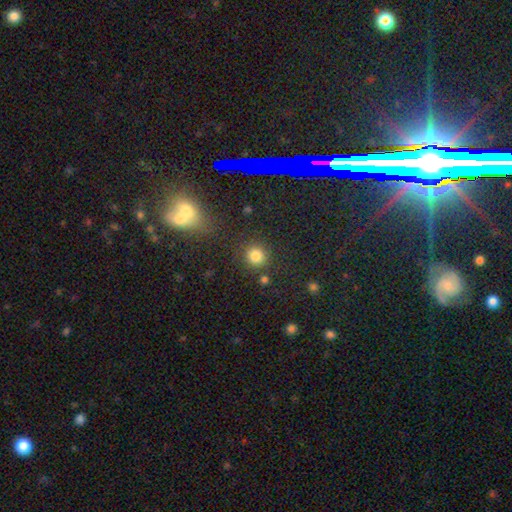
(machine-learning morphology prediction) A smooth galaxy with no disk features (81%) that is round (90%). Merging: none (83%).